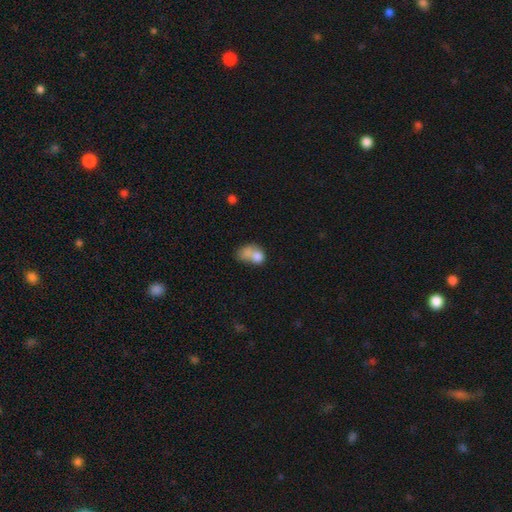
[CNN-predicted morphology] A smooth galaxy with no disk features (72%) that is in between round and cigar-shaped (61%). Merging: merger (58%).